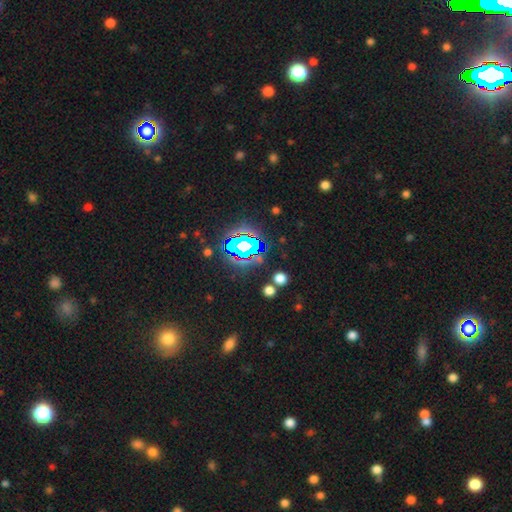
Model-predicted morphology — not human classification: Smooth or featured: star or artifact — 80% (smooth — 12%)